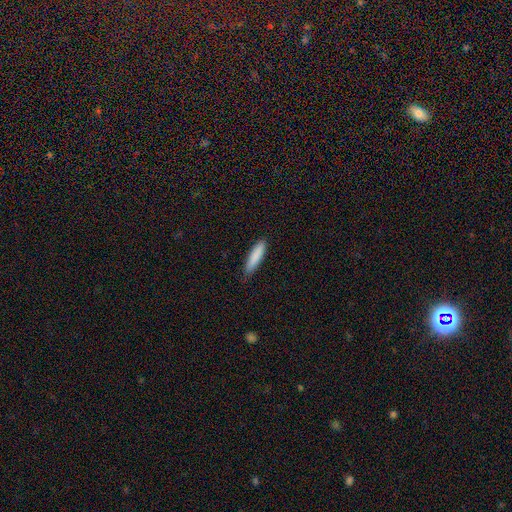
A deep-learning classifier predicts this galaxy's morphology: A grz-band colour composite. It shows a smooth galaxy with no disk features (87%) that is cigar-shaped (78%). Merging: none (81%).